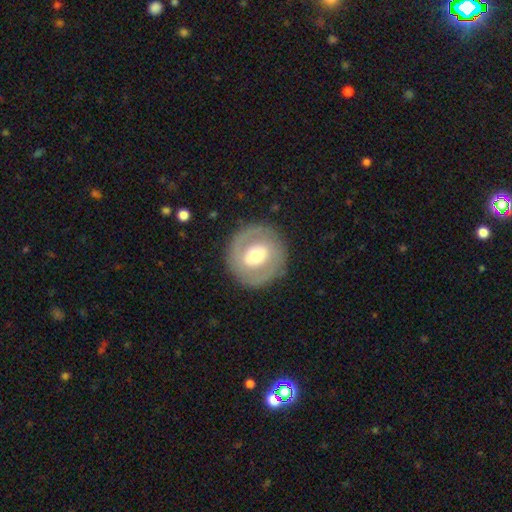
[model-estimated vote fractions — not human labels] This is possibly a featured or disk galaxy (56%). It is clearly not viewed edge-on (95%). Bar: marginally weak (40%). Spiral arm pattern: likely no (61%). Central bulge: likely moderate (69%). Merging: clearly none (86%).